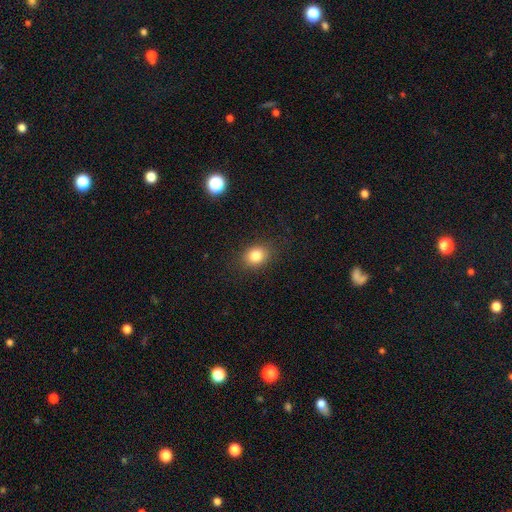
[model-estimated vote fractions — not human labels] This is clearly a smooth galaxy (82%). How rounded: possibly round (52%). Merging: clearly none (86%).